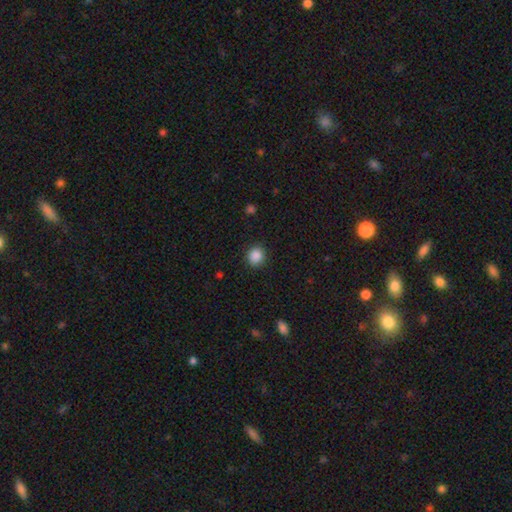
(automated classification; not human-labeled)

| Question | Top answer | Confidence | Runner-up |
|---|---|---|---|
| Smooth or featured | smooth | 88% | star or artifact (9%) |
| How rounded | round | 86% | in between (14%) |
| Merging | none | 89% | minor disturbance (7%) |